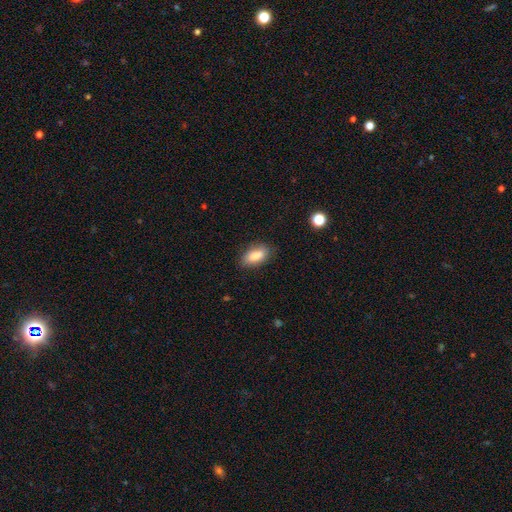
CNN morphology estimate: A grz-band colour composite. It shows a smooth galaxy with no disk features (86%) that is in between round and cigar-shaped (88%). Merging: none (83%).